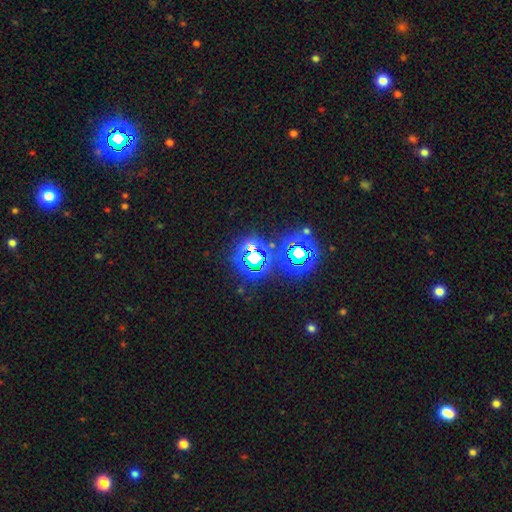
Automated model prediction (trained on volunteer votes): A star or artifact, not a galaxy (76%).